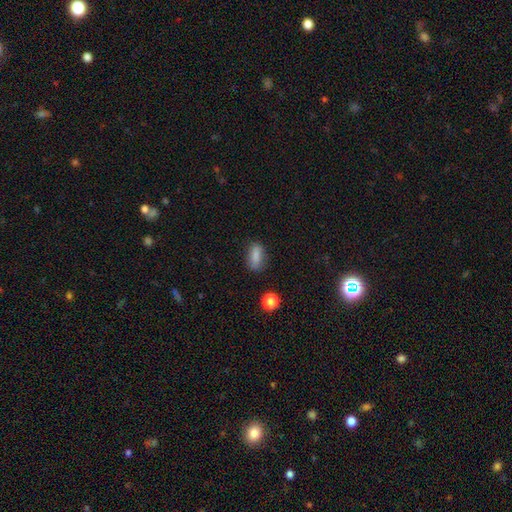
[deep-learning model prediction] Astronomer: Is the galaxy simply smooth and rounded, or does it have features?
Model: smooth — 83%.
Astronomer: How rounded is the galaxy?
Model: in between — 75%.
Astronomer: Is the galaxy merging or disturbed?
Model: none — 78%.